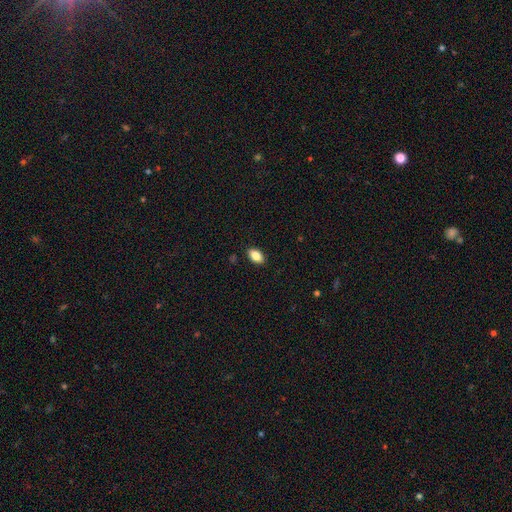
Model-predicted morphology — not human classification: This is clearly a smooth galaxy (85%). How rounded: clearly in between (92%). Merging: clearly none (88%).